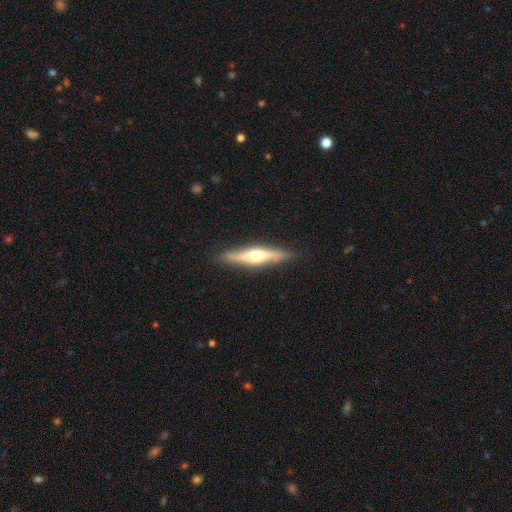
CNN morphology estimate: This appears to be a featured or disk galaxy (62%) viewed edge-on (93%) with a rounded central bulge (89%). Merging: none (87%).